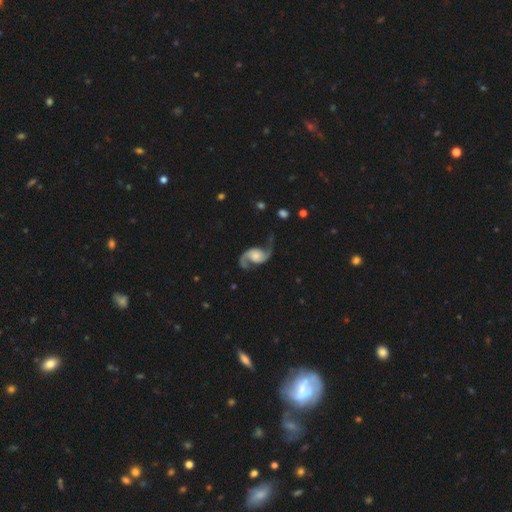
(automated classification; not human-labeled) smooth-or-featured: featured or disk: 91% | smooth: 5% | star or artifact: 4%
  disk-edge-on: no: 98% | yes: 2%
    bar: no: 64% | weak: 27% | strong: 9%
    has-spiral-arms: yes: 98% | no: 2%
      spiral-winding: loose: 68% | medium: 27% | tight: 5%
      spiral-arm-count: 2: 94% | 1: 2% | can't tell: 1% | 3: 1% | 4: 1% | more than 4: 1%
    bulge-size: moderate: 32% | small: 31% | large: 19% | none: 15% | dominant: 4%
  merging: none: 74% | minor disturbance: 14% | major disturbance: 9% | merger: 2%